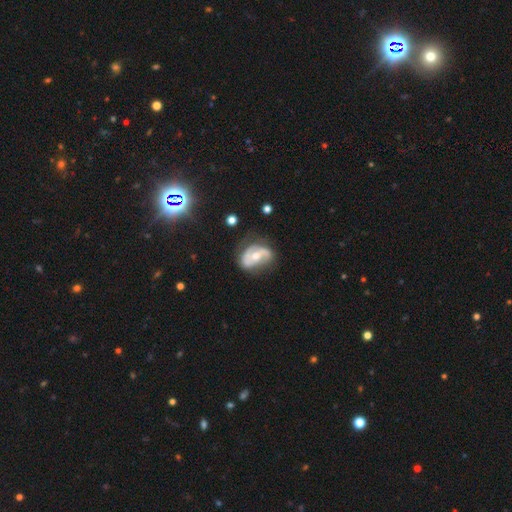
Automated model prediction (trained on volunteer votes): Smooth or featured: featured or disk — 75% (smooth — 19%)
Edge-on disk: no — 96% (yes — 4%)
Bar: no — 46% (weak — 33%)
Spiral arms: yes — 84% (no — 16%)
Spiral winding: medium — 39% (loose — 35%)
Spiral arm count: 2 — 70% (can't tell — 13%)
Bulge size: moderate — 61% (small — 34%)
Merging: none — 49% (minor disturbance — 30%)